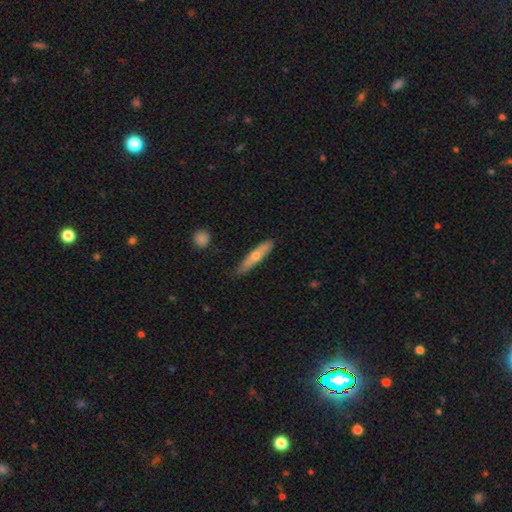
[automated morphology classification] Smooth or featured? Predicted: smooth (p=0.52). How rounded? Predicted: cigar-shaped (p=0.85). Merging? Predicted: none (p=0.76).